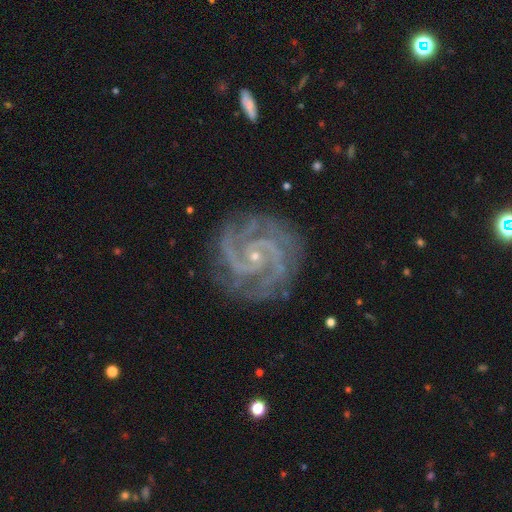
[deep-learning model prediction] This appears to be a featured or disk galaxy (92%) with no bar (58%), 2 (61%) tight (59%) spiral arms (99%) and a small central bulge (86%). Merging: none (81%).